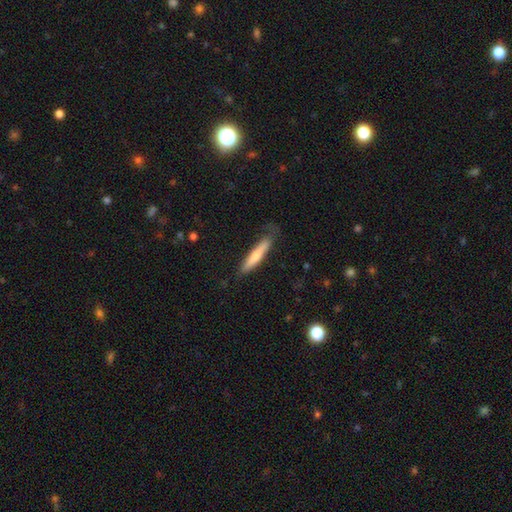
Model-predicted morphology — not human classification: A smooth galaxy with no disk features (62%) that is cigar-shaped (90%). Merging: none (72%).